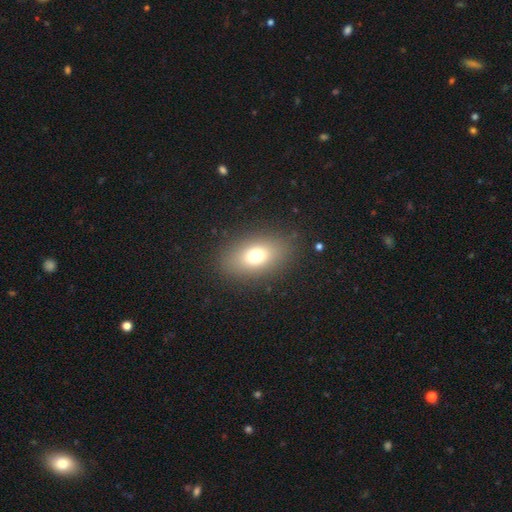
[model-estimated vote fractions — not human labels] smooth_or_featured: smooth (p=0.73) [alt: featured or disk p=0.14]
how_rounded: in between (p=0.81) [alt: round p=0.16]
merging: none (p=0.85) [alt: minor disturbance p=0.09]